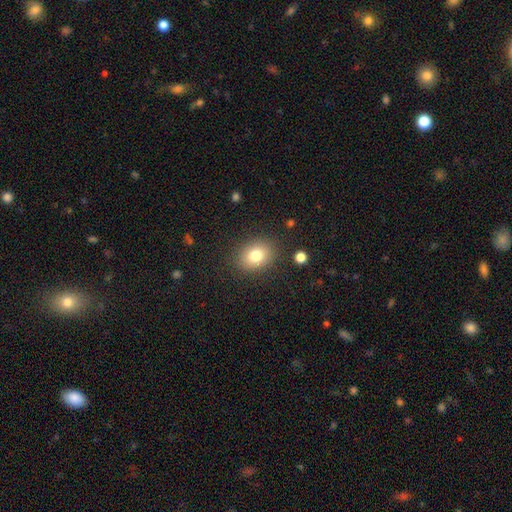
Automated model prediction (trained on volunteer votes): Overall: smooth (79%). How rounded: in between (56%; round 43%). Merging: none (85%).